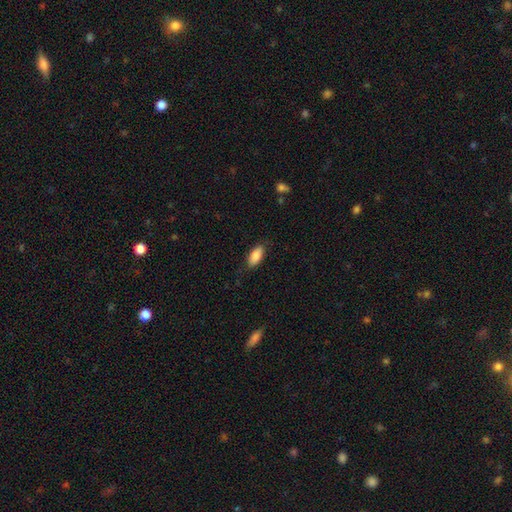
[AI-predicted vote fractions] Overall: smooth (86%). How rounded: in between (89%). Merging: none (84%).